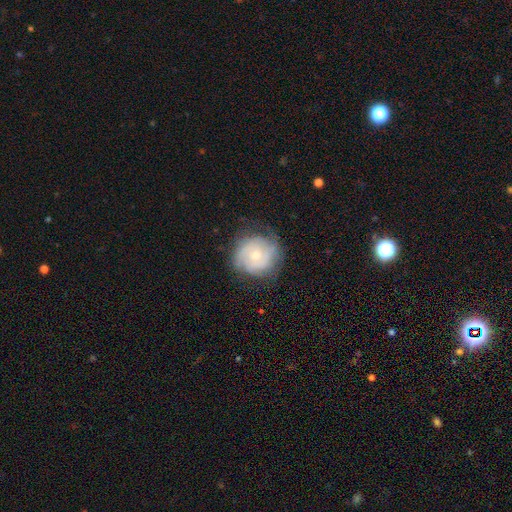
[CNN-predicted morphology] type=featured or disk (61%); edge-on=no (98%); bar=no (77%); spiral arms=yes (82%); bulge=small (51%); merging=none (68%).